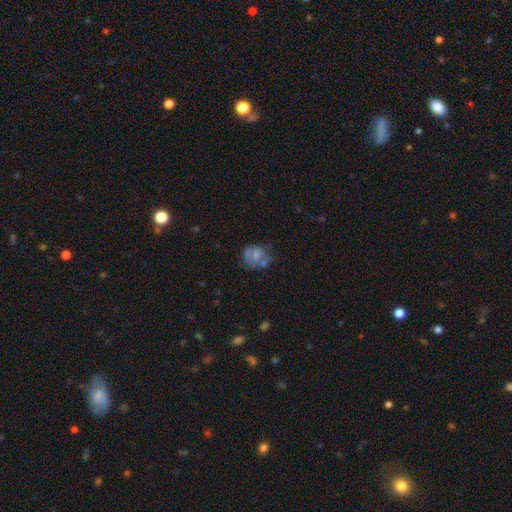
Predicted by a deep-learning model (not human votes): Overall: smooth (54%; featured or disk 36%). How rounded: round (65%; in between 34%). Merging: none (43%; minor disturbance 25%).